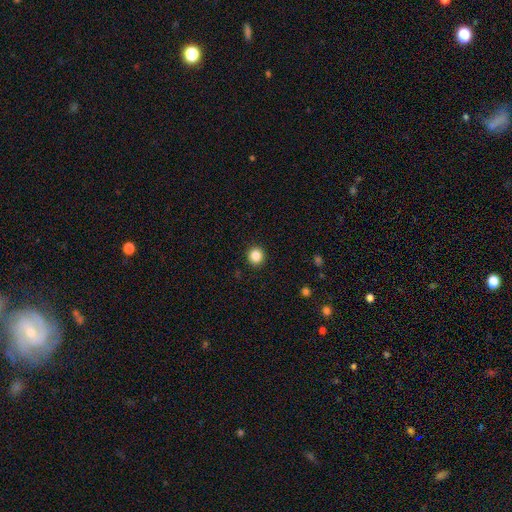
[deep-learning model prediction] Q: Smooth or featured?
A: smooth (86%); runner-up: star or artifact (10%)
Q: How rounded?
A: round (91%); runner-up: in between (8%)
Q: Merging?
A: none (92%); runner-up: minor disturbance (5%)